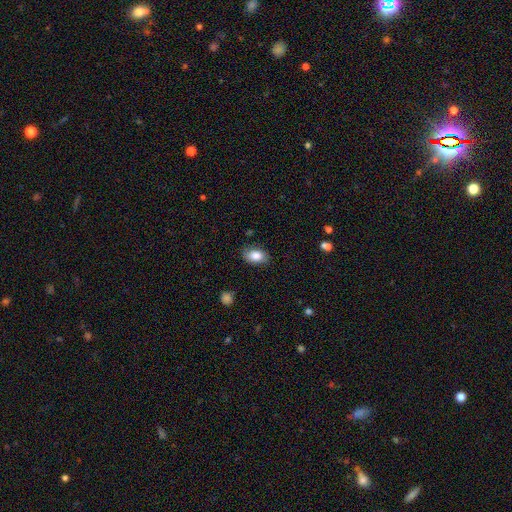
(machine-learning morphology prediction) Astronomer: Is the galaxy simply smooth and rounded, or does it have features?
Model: smooth — 83%.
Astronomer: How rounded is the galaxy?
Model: in between — 86%.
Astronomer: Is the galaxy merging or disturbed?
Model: none — 79%.